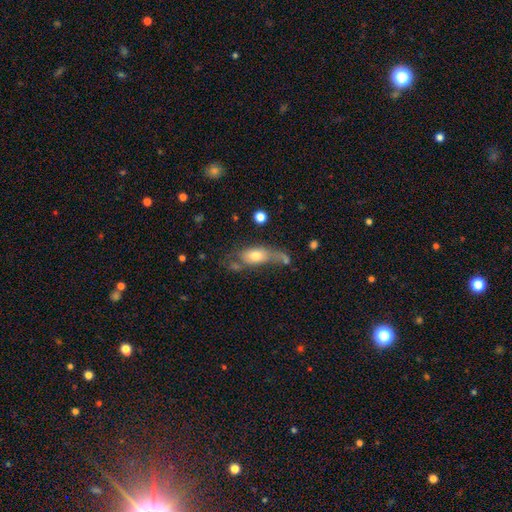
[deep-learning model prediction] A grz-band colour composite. It shows a smooth galaxy with no disk features (60%) that is in between round and cigar-shaped (74%). Merging: major disturbance (31%).